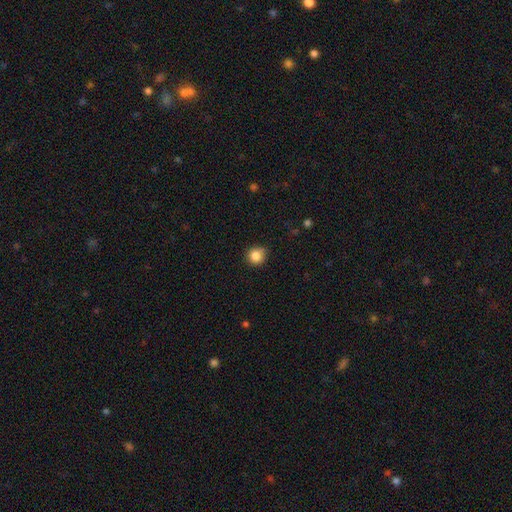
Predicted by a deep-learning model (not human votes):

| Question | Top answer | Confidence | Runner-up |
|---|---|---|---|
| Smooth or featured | smooth | 85% | star or artifact (10%) |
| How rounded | round | 91% | in between (8%) |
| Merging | none | 81% | minor disturbance (15%) |